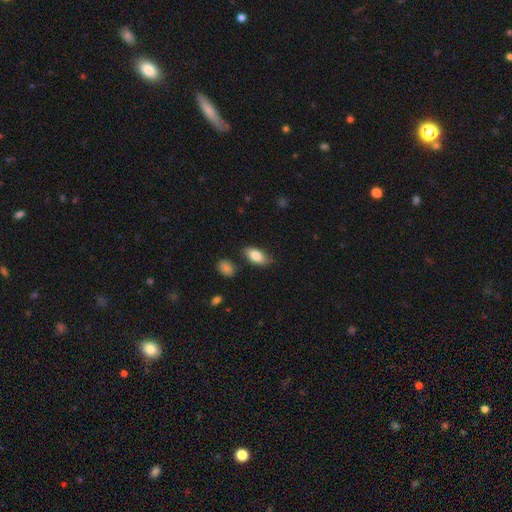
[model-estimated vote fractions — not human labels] Smooth or featured: smooth — 84% (featured or disk — 10%)
How rounded: in between — 92% (cigar-shaped — 5%)
Merging: none — 80% (minor disturbance — 15%)